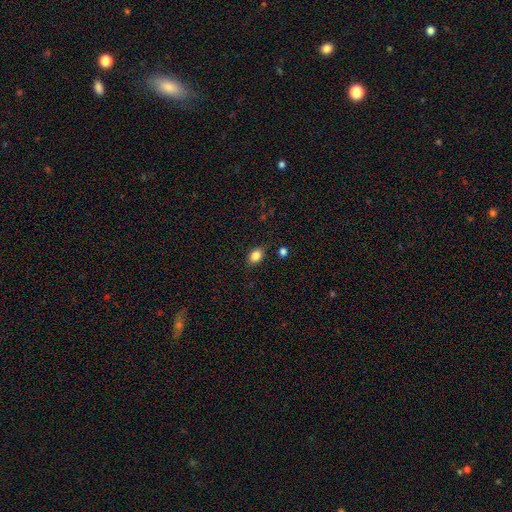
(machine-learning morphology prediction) Smooth or featured: smooth — 84% (star or artifact — 10%)
How rounded: in between — 71% (round — 27%)
Merging: none — 81% (minor disturbance — 13%)